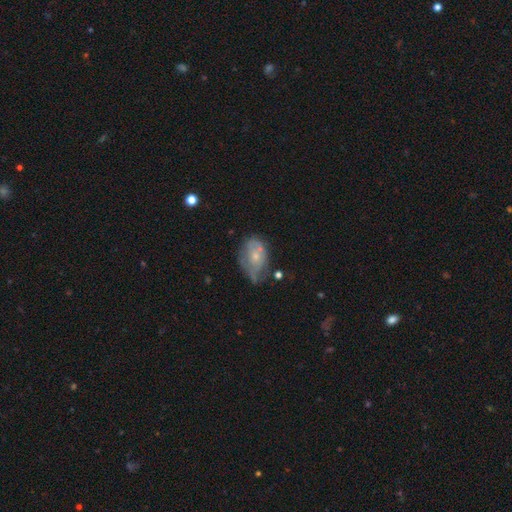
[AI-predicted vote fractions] smooth-or-featured: featured or disk: 52% | smooth: 40% | star or artifact: 8%
  disk-edge-on: no: 95% | yes: 5%
  merging: none: 39% | minor disturbance: 36% | major disturbance: 20% | merger: 5%